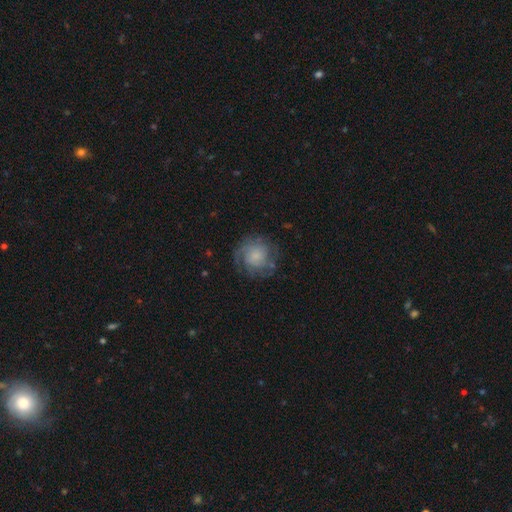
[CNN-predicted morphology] The model was most divided on "smooth or featured": featured or disk: 55%, smooth: 37%, star or artifact: 8%. Remaining: edge-on disk — no (98%); spiral arms — yes (83%); bar — no (78%); merging — none (69%); bulge size — small (43%).